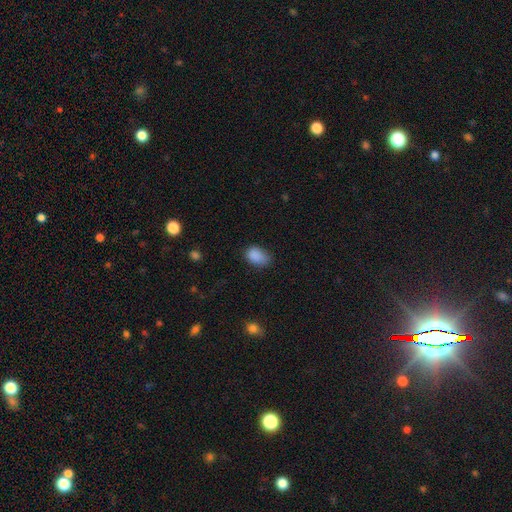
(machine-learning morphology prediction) Smooth or featured: smooth — 87% (star or artifact — 9%)
How rounded: in between — 80% (round — 19%)
Merging: none — 60% (minor disturbance — 31%)